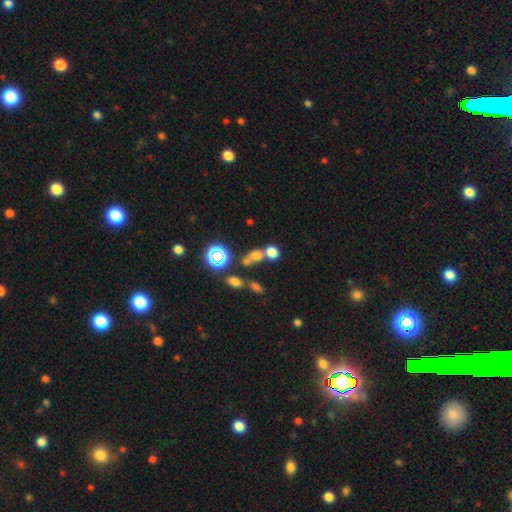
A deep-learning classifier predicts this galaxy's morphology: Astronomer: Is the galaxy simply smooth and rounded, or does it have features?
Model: smooth — 61%.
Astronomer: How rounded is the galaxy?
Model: round — 64%.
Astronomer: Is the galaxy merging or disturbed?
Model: merger — 43% (runner-up: none, 41%).